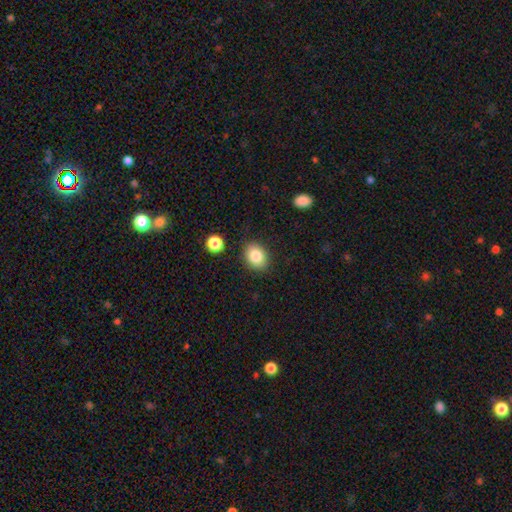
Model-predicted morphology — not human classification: Smooth or featured: smooth — 85% (star or artifact — 9%)
How rounded: in between — 65% (round — 34%)
Merging: none — 85% (minor disturbance — 10%)